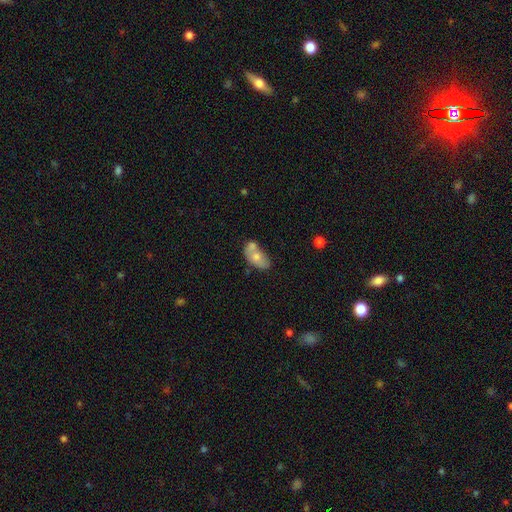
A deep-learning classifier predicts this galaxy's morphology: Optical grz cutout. It shows a smooth galaxy with no disk features (64%) that is in between round and cigar-shaped (90%). Merging: merger (42%).